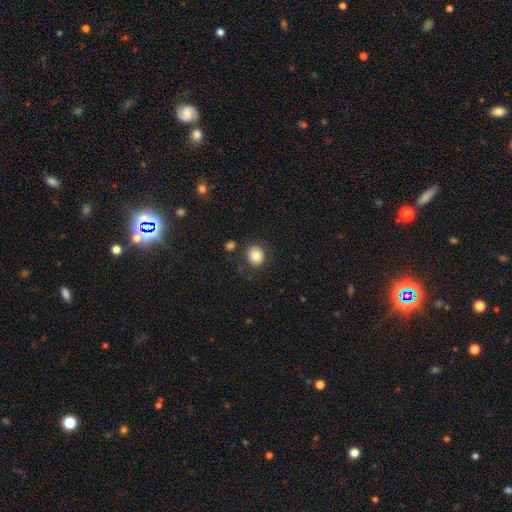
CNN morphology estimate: Smooth or featured?
  - smooth: 81% *
  - star or artifact: 10%
  - featured or disk: 9%
How rounded?
  - round: 83% *
  - in between: 16%
  - cigar-shaped: 1%
Merging?
  - none: 84% *
  - minor disturbance: 9%
  - merger: 3%
  - major disturbance: 3%